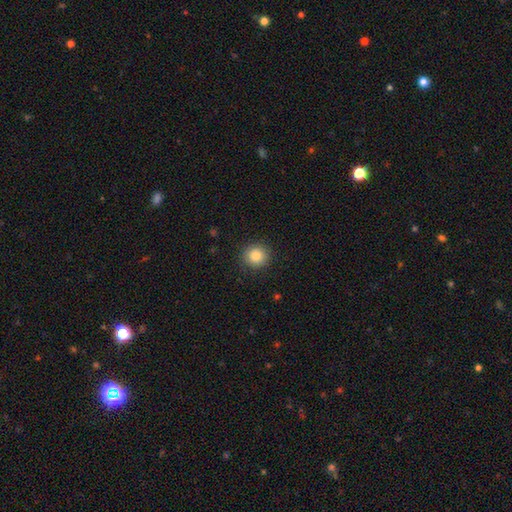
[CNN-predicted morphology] The model was most divided on "smooth or featured": smooth: 86%, star or artifact: 10%, featured or disk: 5%. More confident: how rounded — round (91%); merging — none (90%).